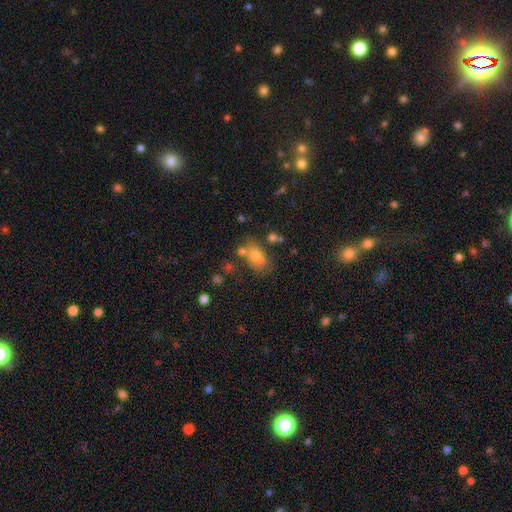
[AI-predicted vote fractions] Smooth or featured?
  - smooth: 65% *
  - featured or disk: 20%
  - star or artifact: 15%
How rounded?
  - in between: 73% *
  - round: 25%
  - cigar-shaped: 3%
Merging?
  - none: 49% *
  - merger: 26%
  - minor disturbance: 17%
  - major disturbance: 8%